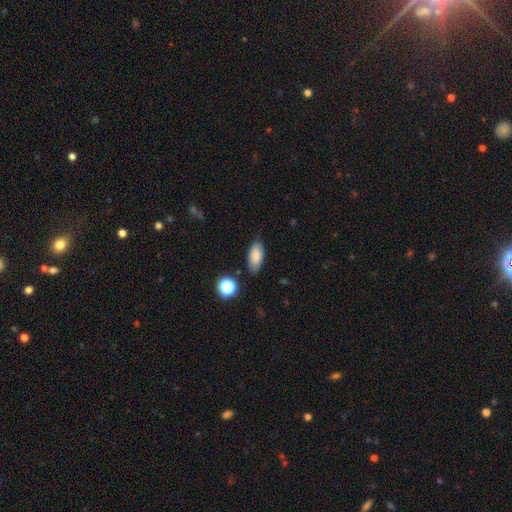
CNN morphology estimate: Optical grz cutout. It shows a smooth galaxy with no disk features (85%) that is in between round and cigar-shaped (88%). Merging: none (81%).